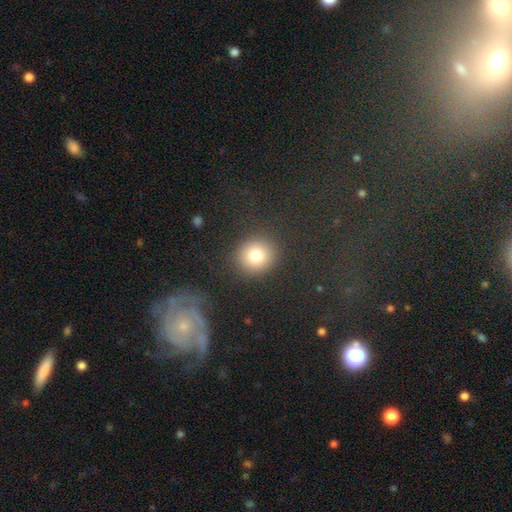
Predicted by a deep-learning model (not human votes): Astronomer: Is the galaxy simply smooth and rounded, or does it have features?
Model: smooth — 79%.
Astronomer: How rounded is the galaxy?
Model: round — 87%.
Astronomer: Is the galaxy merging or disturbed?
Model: none — 88%.